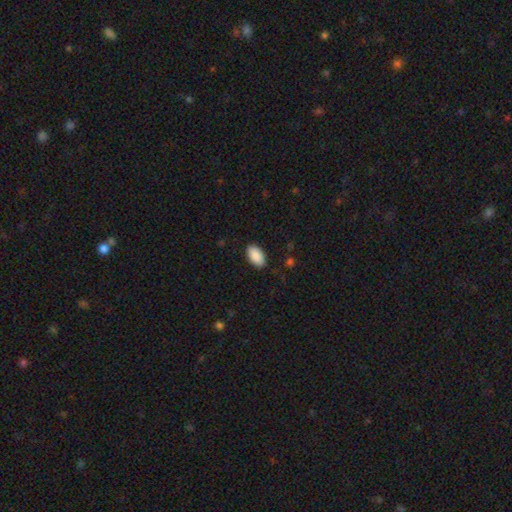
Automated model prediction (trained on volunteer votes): This appears to be a smooth galaxy with no disk features (91%) that is in between round and cigar-shaped (95%). Merging: none (89%).